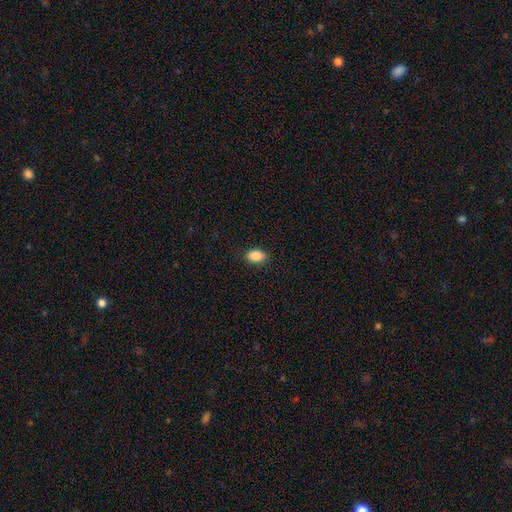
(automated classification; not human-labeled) The model was most divided on "how rounded": in between: 84%, round: 15%, cigar-shaped: 1%. More confident: merging — none (88%); smooth or featured — smooth (87%).